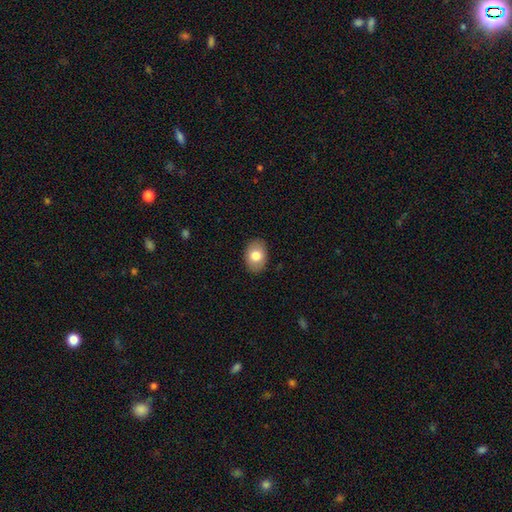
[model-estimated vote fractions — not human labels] Smooth or featured: smooth — 79% (featured or disk — 14%)
How rounded: in between — 79% (round — 21%)
Merging: none — 88% (minor disturbance — 9%)